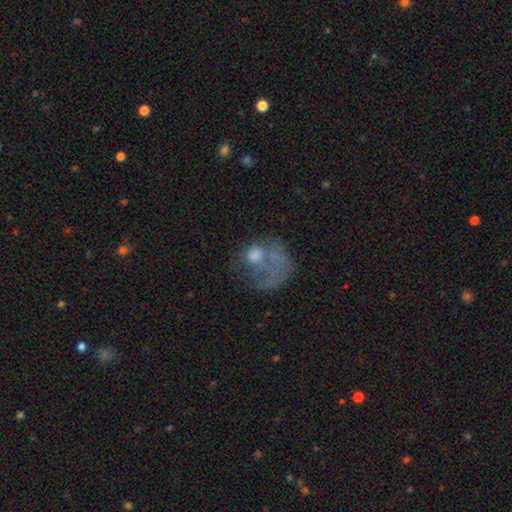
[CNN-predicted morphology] Smooth or featured? Predicted: smooth (p=0.46). Merging? Predicted: major disturbance (p=0.50).